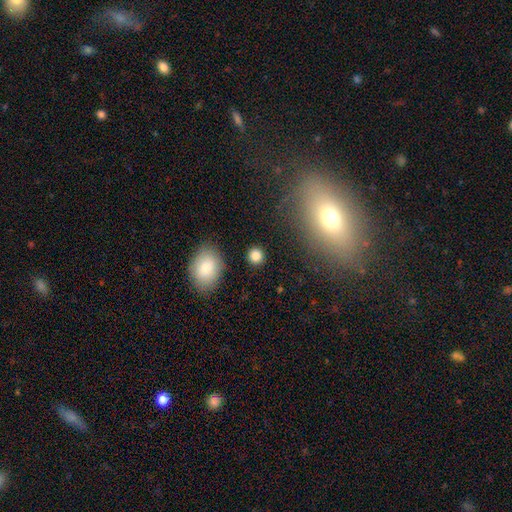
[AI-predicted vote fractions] smooth-or-featured: smooth: 85% | star or artifact: 11% | featured or disk: 5%
  how-rounded: round: 85% | in between: 14% | cigar-shaped: 1%
  merging: none: 88% | minor disturbance: 7% | major disturbance: 3% | merger: 2%